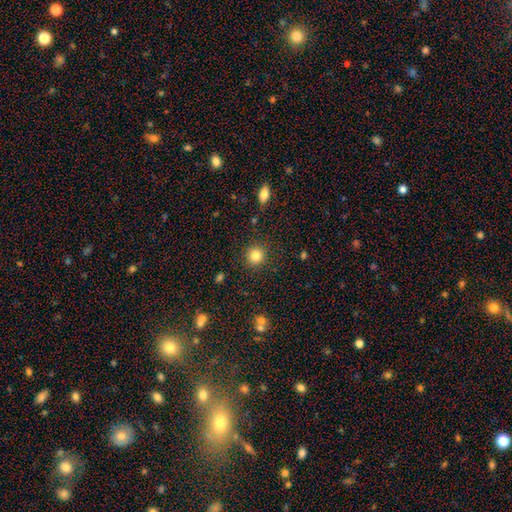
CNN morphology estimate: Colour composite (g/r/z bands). It shows a smooth galaxy with no disk features (83%) that is round (91%). Merging: none (89%).